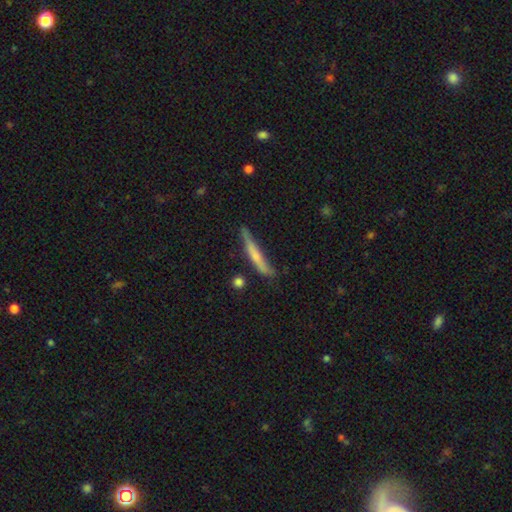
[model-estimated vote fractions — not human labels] smooth-or-featured: smooth: 57% | featured or disk: 37% | star or artifact: 6%
  how-rounded: cigar-shaped: 93% | in between: 5% | round: 2%
  merging: none: 64% | minor disturbance: 25% | major disturbance: 6% | merger: 4%